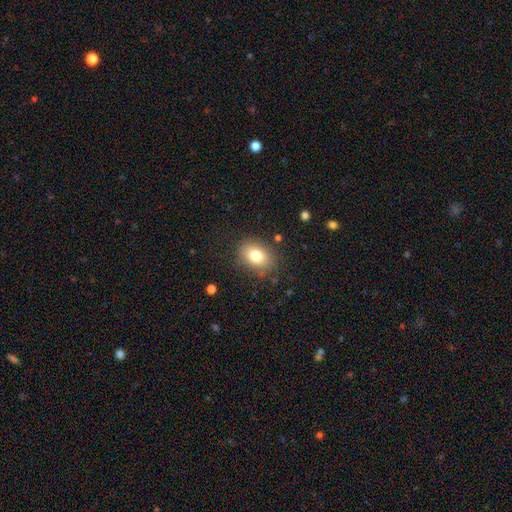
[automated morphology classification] A smooth galaxy with no disk features (78%) that is in between round and cigar-shaped (68%). Merging: none (82%).